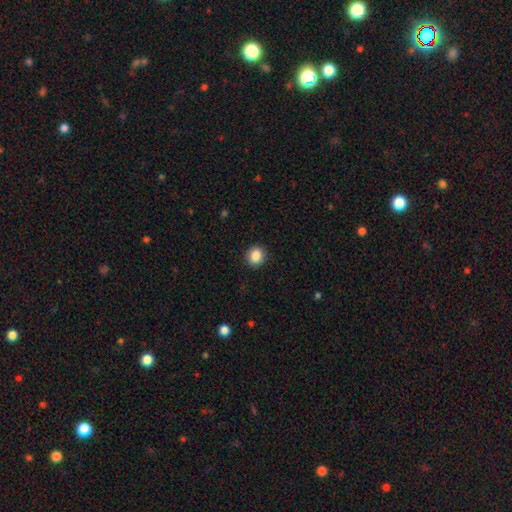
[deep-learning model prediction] Smooth or featured? smooth (87%)
How rounded? round (81%)
Merging? none (91%)